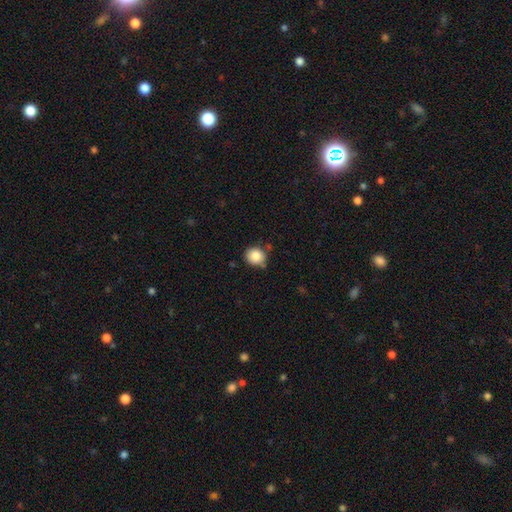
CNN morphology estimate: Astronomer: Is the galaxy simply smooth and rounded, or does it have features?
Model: smooth — 85%.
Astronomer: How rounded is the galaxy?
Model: round — 82%.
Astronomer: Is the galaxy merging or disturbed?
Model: none — 76%.